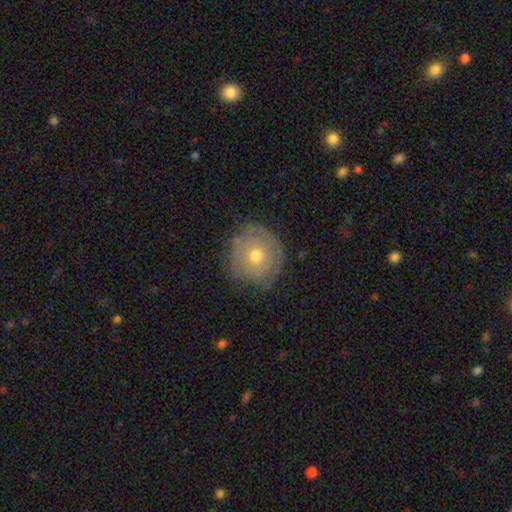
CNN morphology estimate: A featured or disk galaxy (45%, tied with smooth).

Vote fractions:
- Smooth or featured? featured or disk: 45% (tied) / smooth: 45% (tied) / star or artifact: 10%
- Merging? none: 78% / minor disturbance: 16% / major disturbance: 5% / merger: 1%